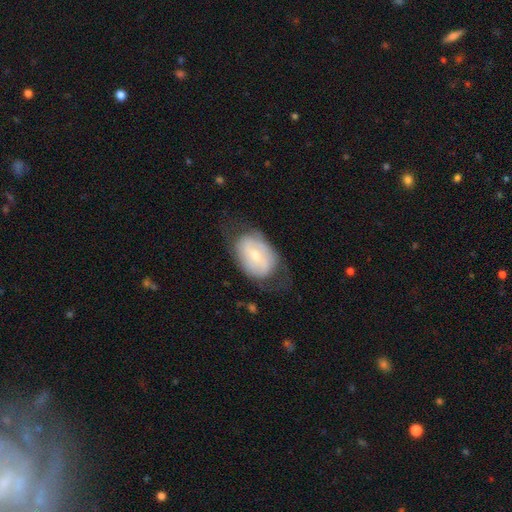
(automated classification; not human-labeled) A featured or disk galaxy (55%) with a weak bar (46%), spiral arms (65%) and a moderate central bulge (49%). Merging: none (57%).